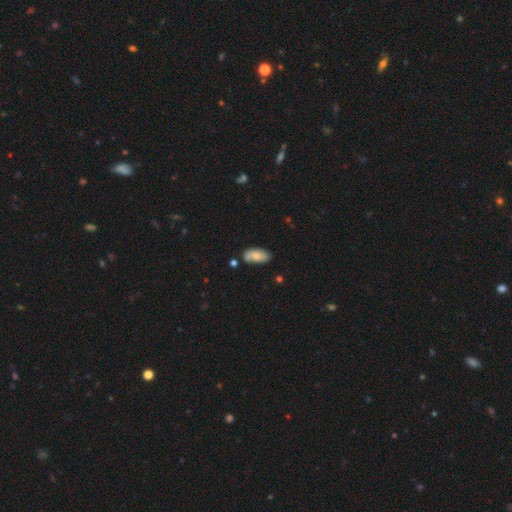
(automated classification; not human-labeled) The model was most divided on "merging": none: 67%, minor disturbance: 24%, merger: 5%, major disturbance: 4%. More confident: how rounded — in between (90%); smooth or featured — smooth (80%).